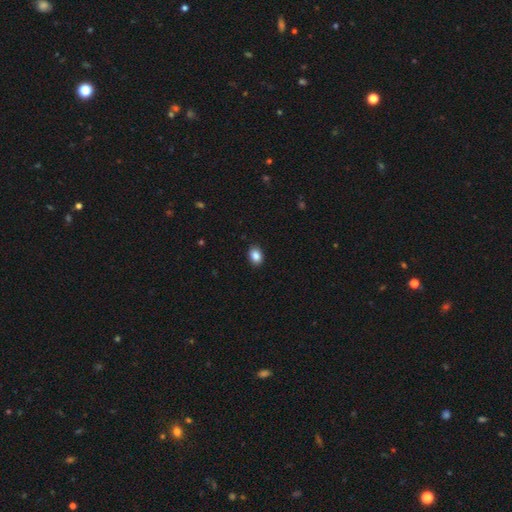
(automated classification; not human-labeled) This appears to be a smooth galaxy with no disk features (87%) that is in between round and cigar-shaped (74%). Merging: none (89%).